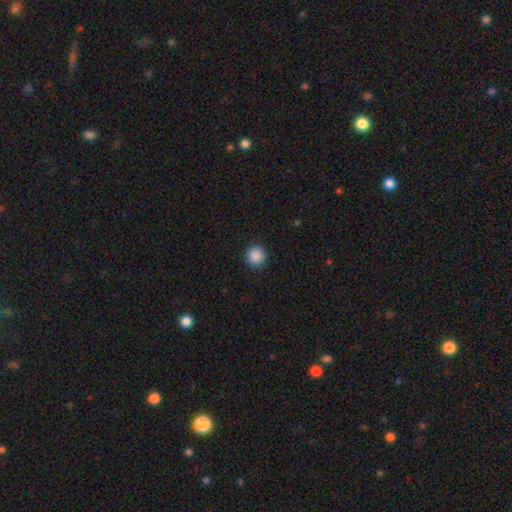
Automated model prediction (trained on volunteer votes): This is clearly a smooth galaxy (89%). How rounded: clearly round (94%). Merging: clearly none (92%).